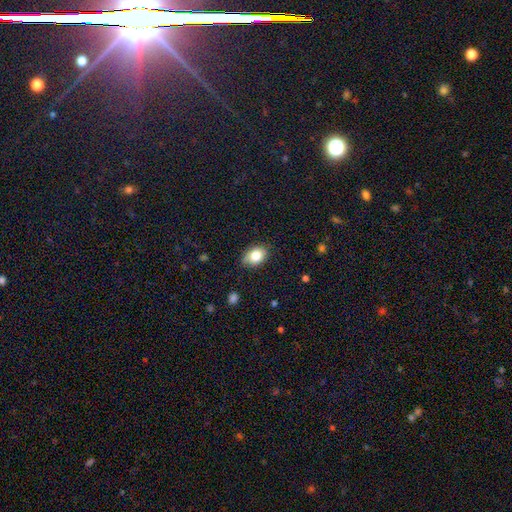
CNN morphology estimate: type=smooth (82%); roundness=in between (78%); merging=none (77%).